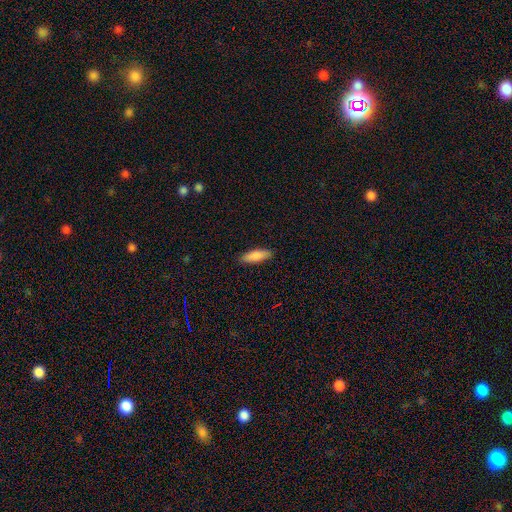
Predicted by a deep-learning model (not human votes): Overall: smooth (88%). How rounded: in between (56%; cigar-shaped 43%). Merging: none (88%).